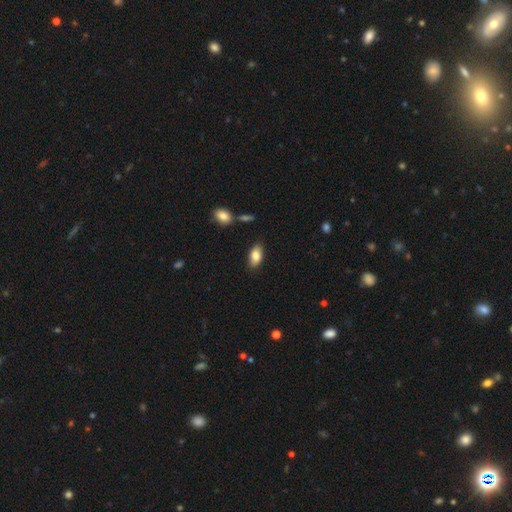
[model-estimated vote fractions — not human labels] Smooth or featured? smooth (84%)
How rounded? in between (91%)
Merging? none (84%)